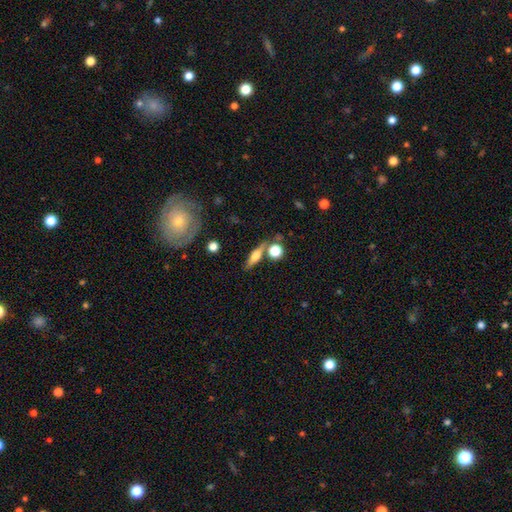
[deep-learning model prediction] A featured or disk galaxy (48%). Merging: none (72%).